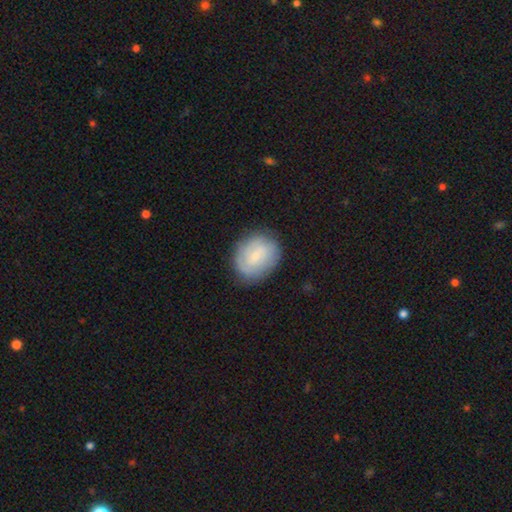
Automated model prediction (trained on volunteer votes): smooth 57%, featured or disk 36%, star or artifact 7%. Down the decision tree: how rounded — round (50%); merging — none (79%).